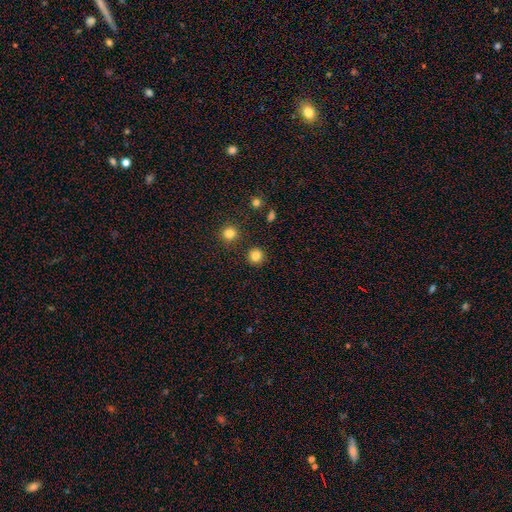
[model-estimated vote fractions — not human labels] smooth-or-featured: smooth: 83% | star or artifact: 12% | featured or disk: 4%
  how-rounded: round: 92% | in between: 7% | cigar-shaped: 1%
  merging: none: 89% | minor disturbance: 6% | merger: 3% | major disturbance: 2%